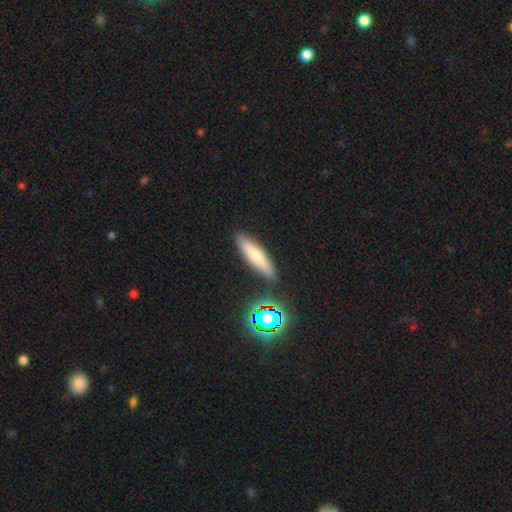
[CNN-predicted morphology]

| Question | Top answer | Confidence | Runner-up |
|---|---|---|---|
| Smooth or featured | smooth | 65% | featured or disk (25%) |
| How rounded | cigar-shaped | 75% | in between (23%) |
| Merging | none | 83% | minor disturbance (10%) |